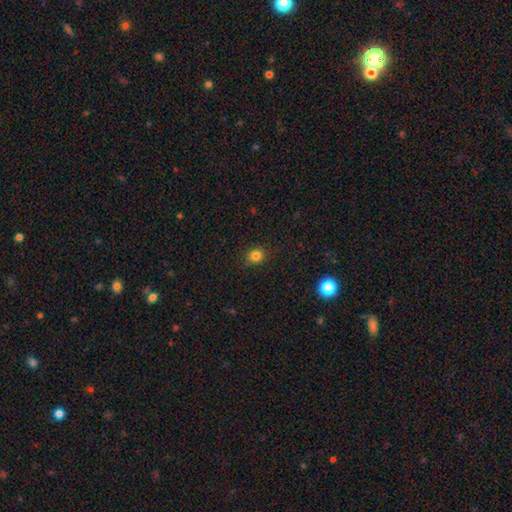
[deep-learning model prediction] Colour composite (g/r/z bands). It shows a smooth galaxy with no disk features (82%) that is round (76%). Merging: none (86%).